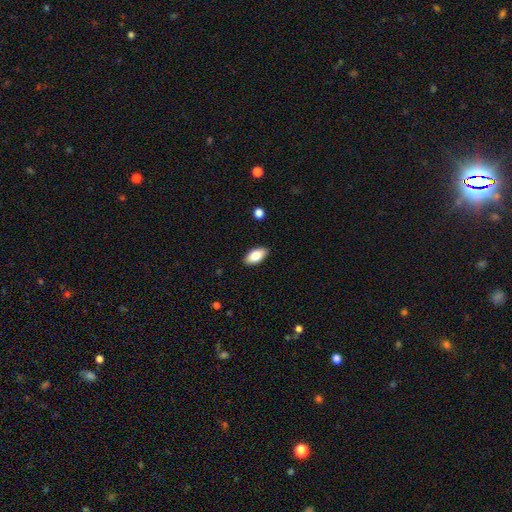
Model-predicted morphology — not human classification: A smooth galaxy with no disk features (82%) that is in between round and cigar-shaped (92%).

Vote fractions:
- Smooth or featured? smooth: 82% / featured or disk: 11% / star or artifact: 7%
- How rounded? in between: 92% / cigar-shaped: 5% / round: 3%
- Merging? none: 89% / minor disturbance: 8% / major disturbance: 2% / merger: 1%